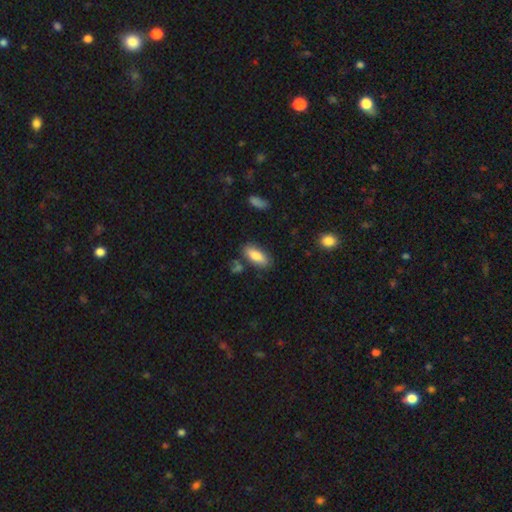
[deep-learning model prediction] smooth-or-featured: smooth: 82% | featured or disk: 12% | star or artifact: 7%
  how-rounded: in between: 81% | cigar-shaped: 17% | round: 2%
  merging: none: 78% | minor disturbance: 14% | merger: 5% | major disturbance: 3%